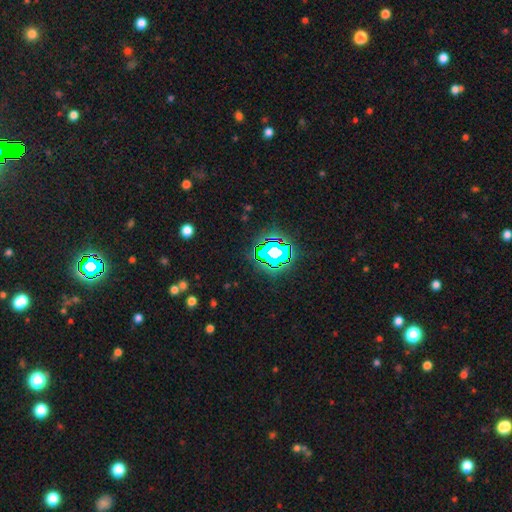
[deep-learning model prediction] Smooth or featured?
  - star or artifact: 82% *
  - smooth: 11%
  - featured or disk: 7%